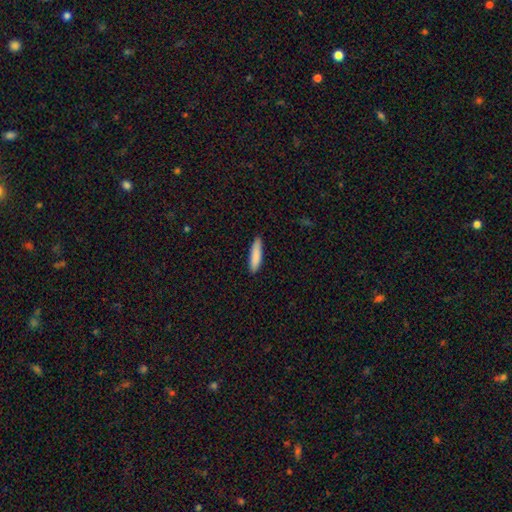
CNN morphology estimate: smooth_or_featured: smooth (p=0.87) [alt: featured or disk p=0.07]
how_rounded: cigar-shaped (p=0.78) [alt: in between p=0.20]
merging: none (p=0.89) [alt: minor disturbance p=0.08]